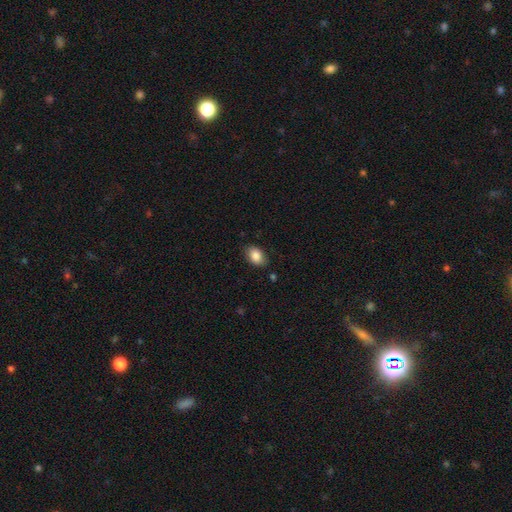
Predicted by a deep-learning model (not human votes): Smooth or featured?
  - smooth: 86% *
  - star or artifact: 8%
  - featured or disk: 6%
How rounded?
  - in between: 82% *
  - round: 16%
  - cigar-shaped: 1%
Merging?
  - none: 83% *
  - minor disturbance: 13%
  - major disturbance: 3%
  - merger: 1%